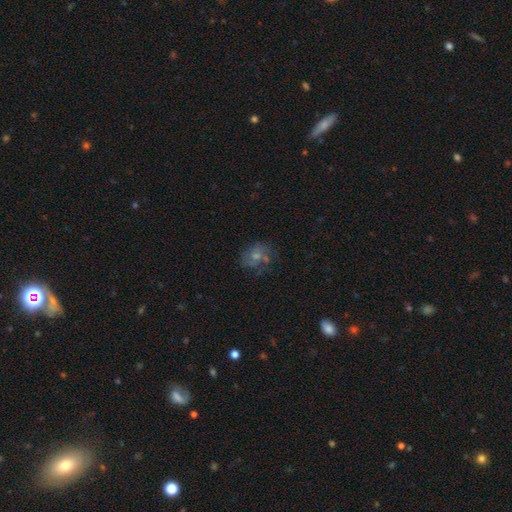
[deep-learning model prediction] This appears to be a featured or disk galaxy (45%). Merging: none (65%).